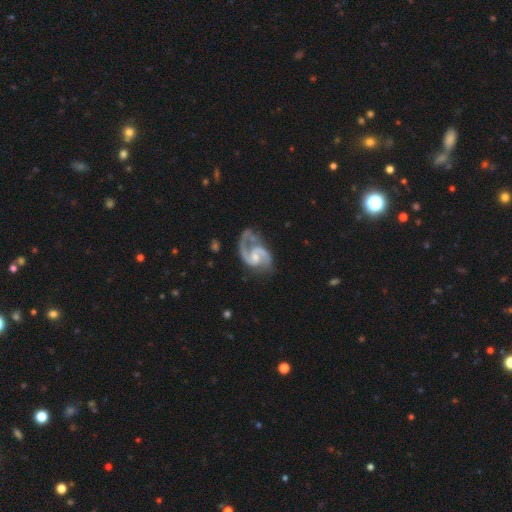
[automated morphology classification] A featured or disk galaxy (93%) with a weak bar (46%), 2 (91%) medium (60%) spiral arms (98%) and a small central bulge (54%). Merging: none (56%).